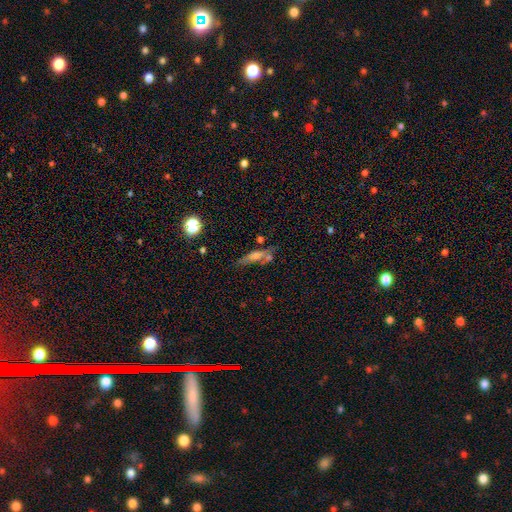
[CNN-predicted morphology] smooth 59%, featured or disk 29%, star or artifact 12%. Down the decision tree: how rounded — cigar-shaped (66%); merging — none (53%).